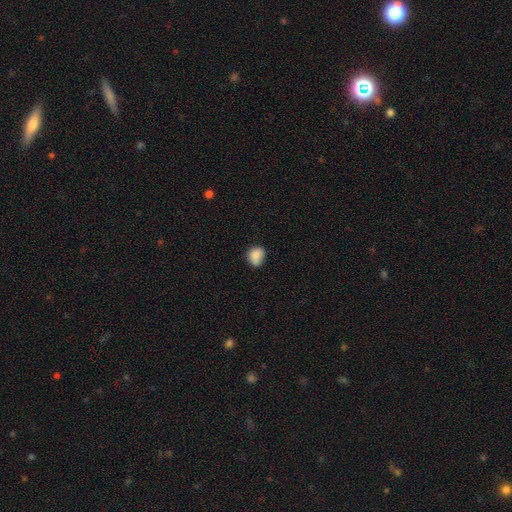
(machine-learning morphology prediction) This is clearly a smooth galaxy (85%). How rounded: likely round (67%). Merging: likely none (65%).